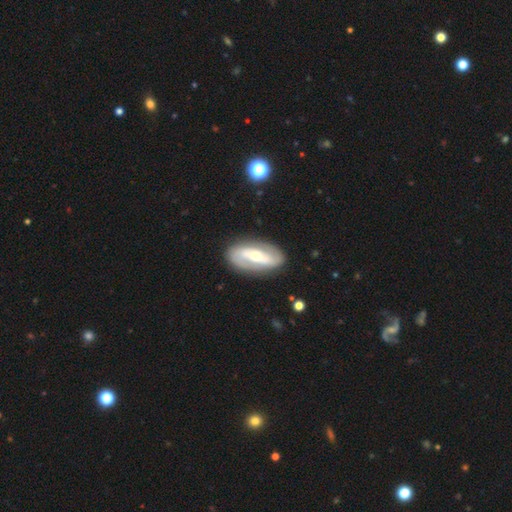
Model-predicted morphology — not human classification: This appears to be a featured or disk galaxy (77%) with a strong bar (48%), 2 (85%) medium (36%) spiral arms (78%) and a moderate central bulge (55%). Merging: none (85%).